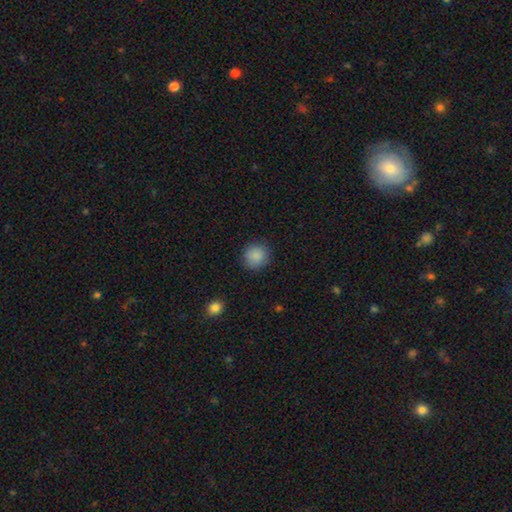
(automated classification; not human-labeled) Q: Smooth or featured?
A: smooth (88%); runner-up: star or artifact (9%)
Q: How rounded?
A: round (91%); runner-up: in between (8%)
Q: Merging?
A: none (88%); runner-up: minor disturbance (8%)